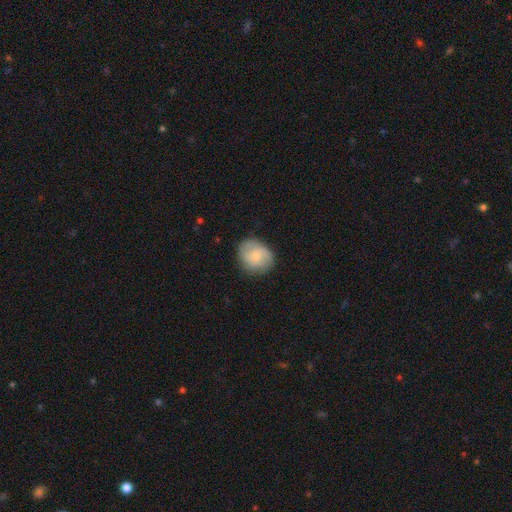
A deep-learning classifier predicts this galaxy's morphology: This appears to be a smooth galaxy with no disk features (57%) that is round (68%). Merging: none (77%).